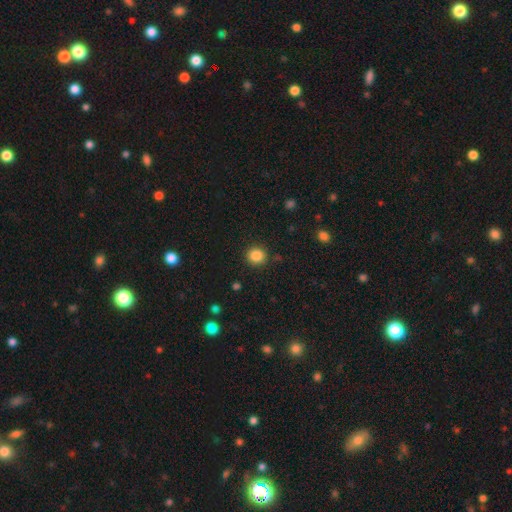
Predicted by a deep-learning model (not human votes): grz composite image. It shows a smooth galaxy with no disk features (85%) that is round (90%). Merging: none (90%).